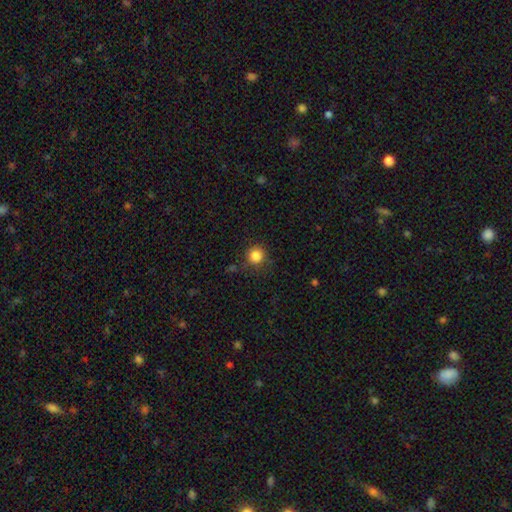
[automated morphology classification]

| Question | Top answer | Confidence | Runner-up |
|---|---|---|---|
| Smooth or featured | smooth | 85% | star or artifact (11%) |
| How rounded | round | 95% | in between (4%) |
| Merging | none | 85% | minor disturbance (10%) |